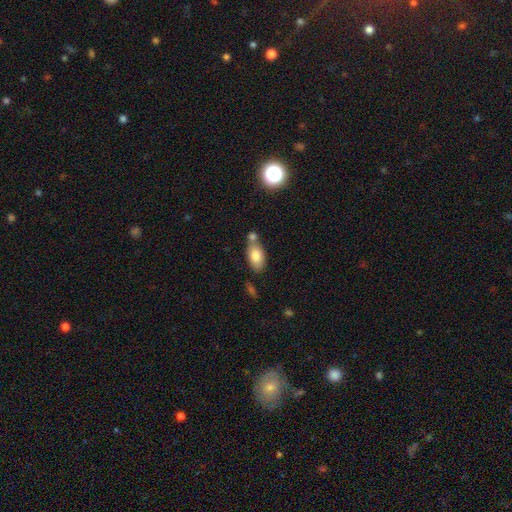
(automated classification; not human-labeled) Morphology: type=smooth (80%); roundness=in between (90%); merging=none (51%).